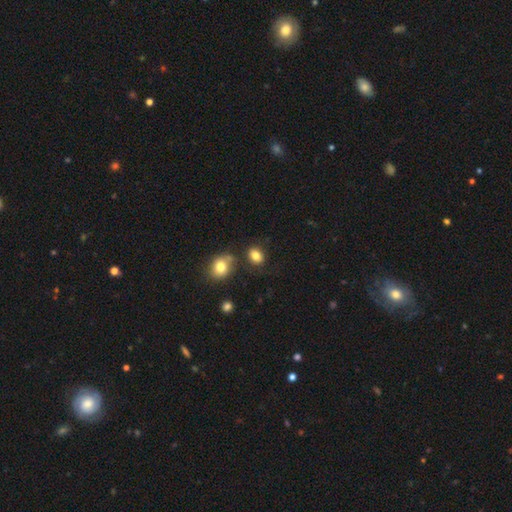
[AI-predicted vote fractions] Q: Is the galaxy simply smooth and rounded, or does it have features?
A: smooth — 82%.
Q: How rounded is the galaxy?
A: in between — 60%.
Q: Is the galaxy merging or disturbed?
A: none — 74%.